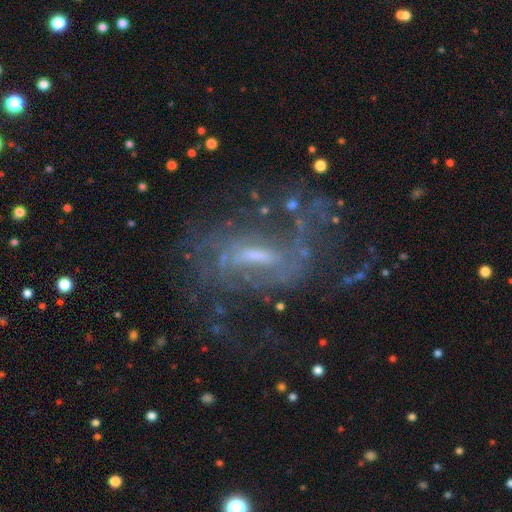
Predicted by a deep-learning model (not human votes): smooth_or_featured: featured or disk (p=0.82) [alt: smooth p=0.09]
disk_edge_on: no (p=0.95) [alt: yes p=0.05]
bar: weak (p=0.48) [alt: strong p=0.36]
has_spiral_arms: yes (p=0.87) [alt: no p=0.13]
spiral_winding: medium (p=0.42) [alt: loose p=0.34]
spiral_arm_count: 2 (p=0.44) [alt: can't tell p=0.28]
bulge_size: moderate (p=0.41) [alt: small p=0.40]
merging: none (p=0.55) [alt: major disturbance p=0.23]